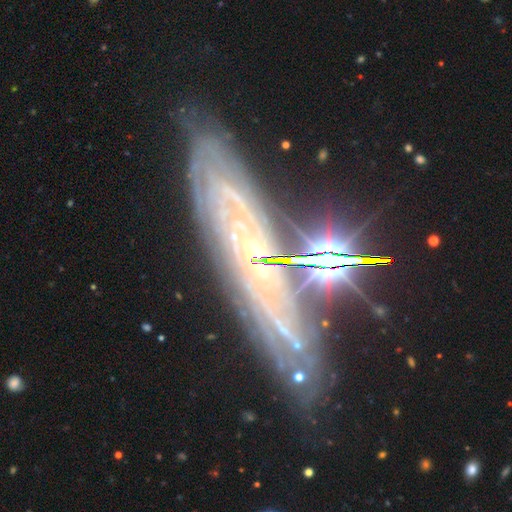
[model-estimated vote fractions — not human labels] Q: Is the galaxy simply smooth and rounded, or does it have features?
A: featured or disk — 81%.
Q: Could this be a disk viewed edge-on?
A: no — 67%.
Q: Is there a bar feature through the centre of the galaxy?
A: no — 66%.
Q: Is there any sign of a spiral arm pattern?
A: yes — 92%.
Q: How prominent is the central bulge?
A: small — 83%.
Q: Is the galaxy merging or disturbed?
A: none — 74%.